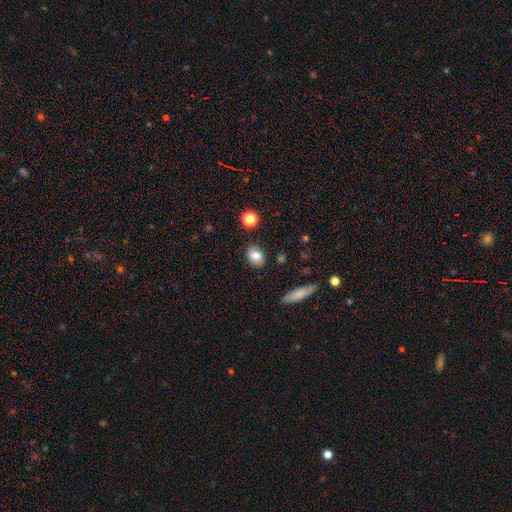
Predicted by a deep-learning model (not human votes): This appears to be a smooth galaxy with no disk features (81%) that is in between round and cigar-shaped (62%). Merging: none (87%).